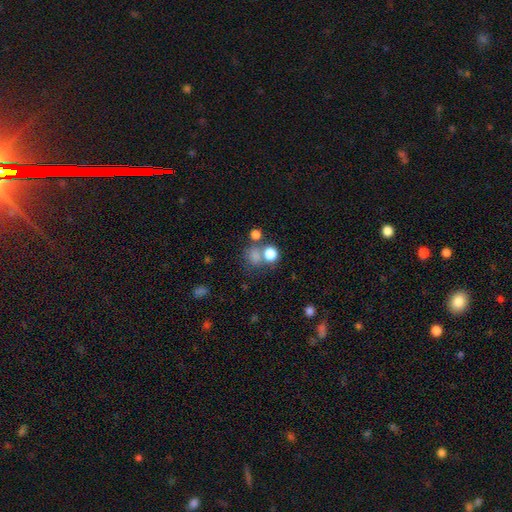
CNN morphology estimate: type=smooth (72%); roundness=round (74%); merging=none (50%).